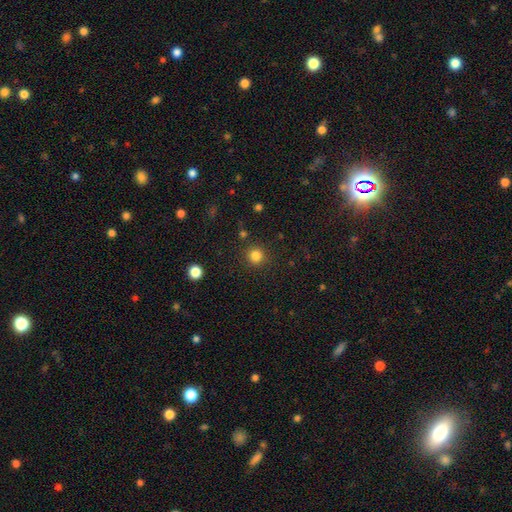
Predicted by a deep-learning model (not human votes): Smooth or featured? Predicted: smooth (p=0.83). How rounded? Predicted: round (p=0.94). Merging? Predicted: none (p=0.90).